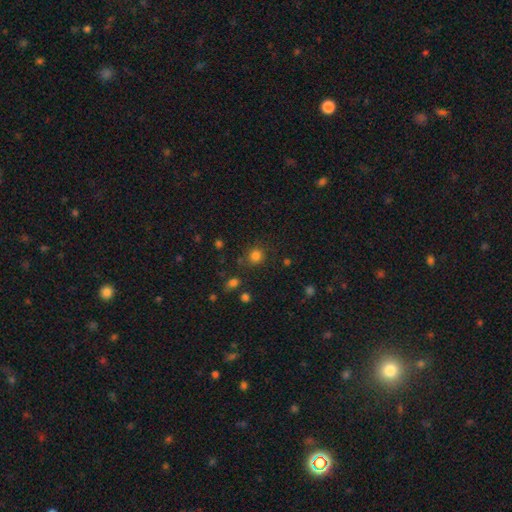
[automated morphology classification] smooth-or-featured: smooth: 80% | star or artifact: 15% | featured or disk: 5%
  how-rounded: round: 87% | in between: 12% | cigar-shaped: 1%
  merging: none: 78% | minor disturbance: 12% | merger: 5% | major disturbance: 5%